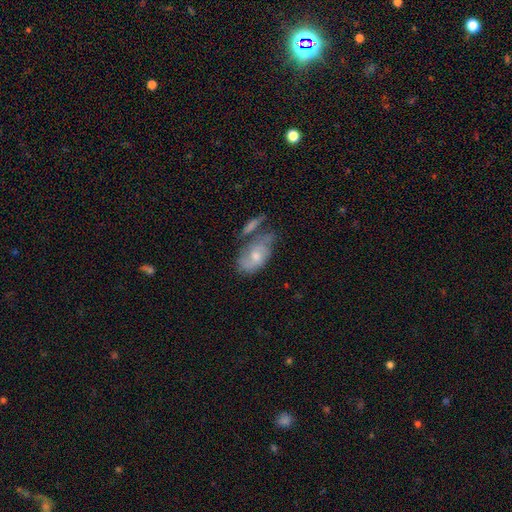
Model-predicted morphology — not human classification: smooth-or-featured: smooth: 51% | featured or disk: 41% | star or artifact: 8%
  how-rounded: in between: 88% | round: 8% | cigar-shaped: 4%
  merging: none: 36% | merger: 27% | minor disturbance: 24% | major disturbance: 13%